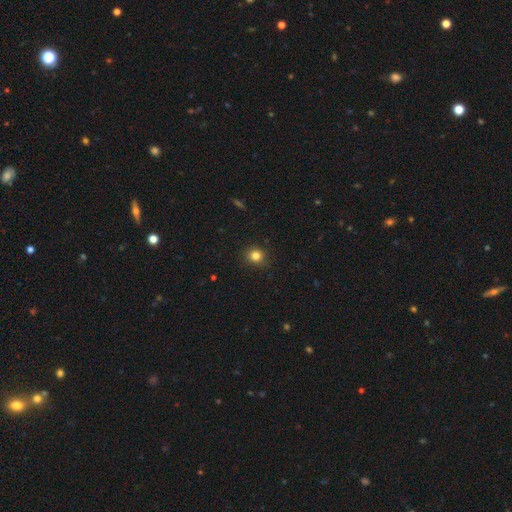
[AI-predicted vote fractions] This is clearly a smooth galaxy (82%). How rounded: clearly round (83%). Merging: clearly none (90%).